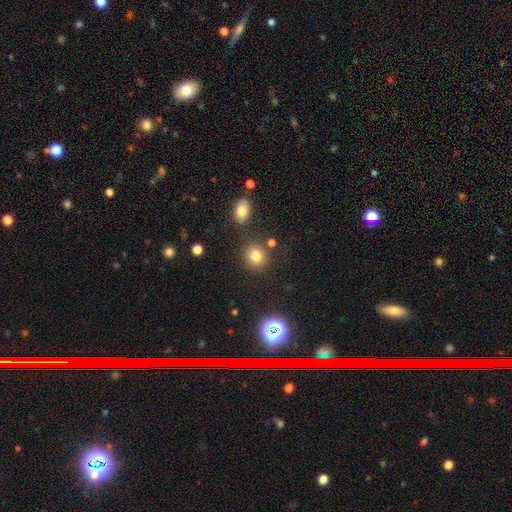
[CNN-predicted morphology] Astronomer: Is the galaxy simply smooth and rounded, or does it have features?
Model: smooth — 78%.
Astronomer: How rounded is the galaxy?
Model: round — 81%.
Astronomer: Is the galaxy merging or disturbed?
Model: none — 80%.